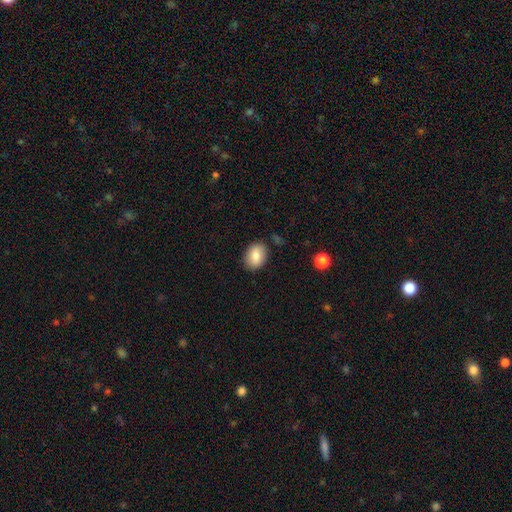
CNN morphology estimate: smooth_or_featured: smooth (p=0.84) [alt: featured or disk p=0.08]
how_rounded: in between (p=0.72) [alt: round p=0.26]
merging: none (p=0.84) [alt: minor disturbance p=0.11]